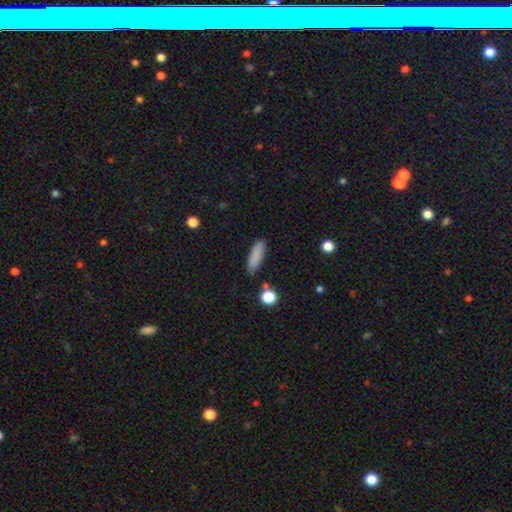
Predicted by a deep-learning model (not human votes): This appears to be a smooth galaxy with no disk features (85%) that is cigar-shaped (50%). Merging: none (81%).